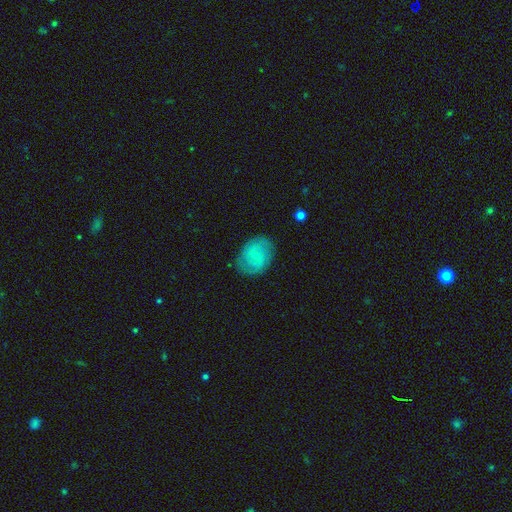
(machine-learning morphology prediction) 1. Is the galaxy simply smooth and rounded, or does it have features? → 49% smooth, 44% featured or disk, 7% star or artifact.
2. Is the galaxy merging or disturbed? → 77% none, 17% minor disturbance, 5% major disturbance, 1% merger.